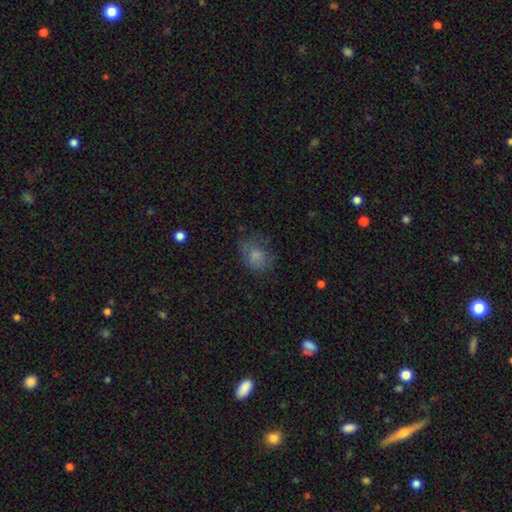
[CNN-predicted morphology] This is likely a smooth galaxy (73%). How rounded: possibly round (50%). Merging: possibly none (57%).